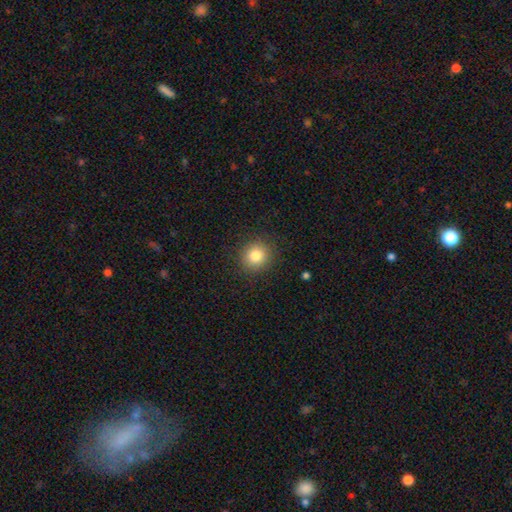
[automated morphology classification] Smooth or featured: smooth — 82% (star or artifact — 11%)
How rounded: round — 88% (in between — 11%)
Merging: none — 89% (minor disturbance — 7%)